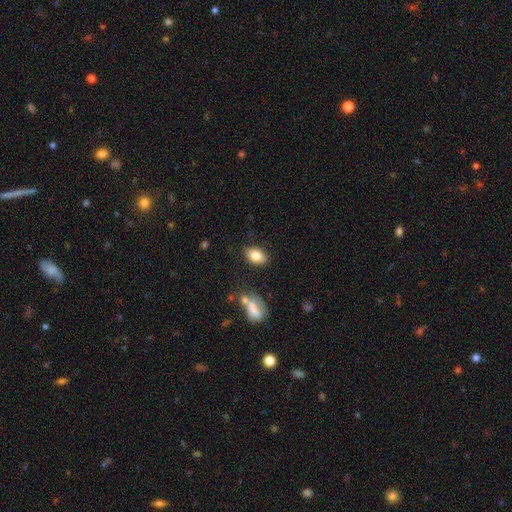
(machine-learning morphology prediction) The model was most divided on "merging": none: 81%, minor disturbance: 12%, merger: 4%, major disturbance: 3%. More confident: how rounded — in between (88%); smooth or featured — smooth (81%).